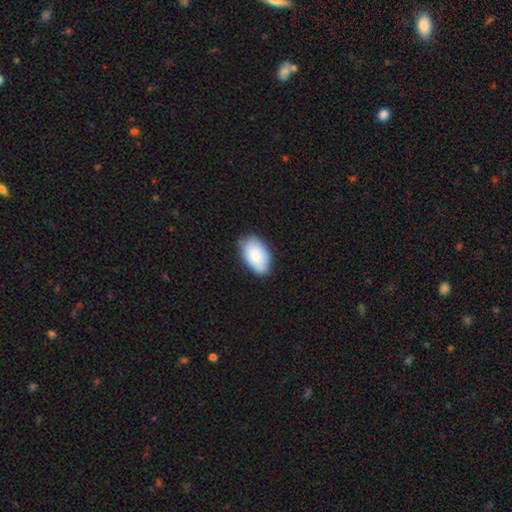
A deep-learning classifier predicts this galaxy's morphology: Q: Smooth or featured?
A: smooth (86%); runner-up: featured or disk (8%)
Q: How rounded?
A: in between (94%); runner-up: round (5%)
Q: Merging?
A: none (77%); runner-up: minor disturbance (19%)